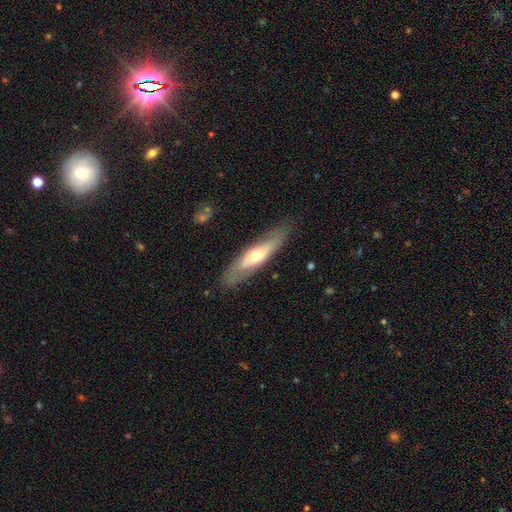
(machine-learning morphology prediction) A featured or disk galaxy (52%) viewed edge-on (52%). Merging: none (82%).